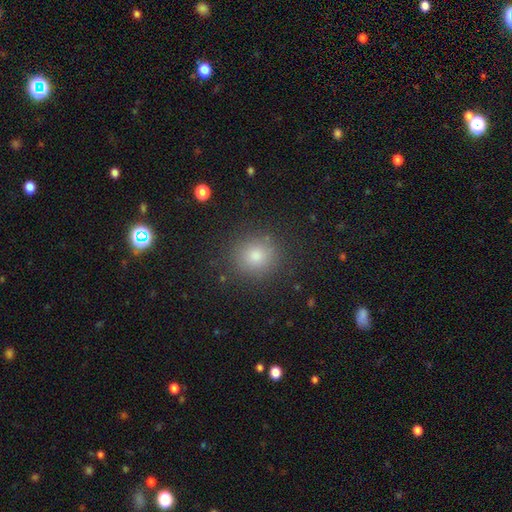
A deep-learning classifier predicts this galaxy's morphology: Smooth or featured: smooth — 78% (star or artifact — 15%)
How rounded: round — 87% (in between — 12%)
Merging: none — 88% (minor disturbance — 8%)